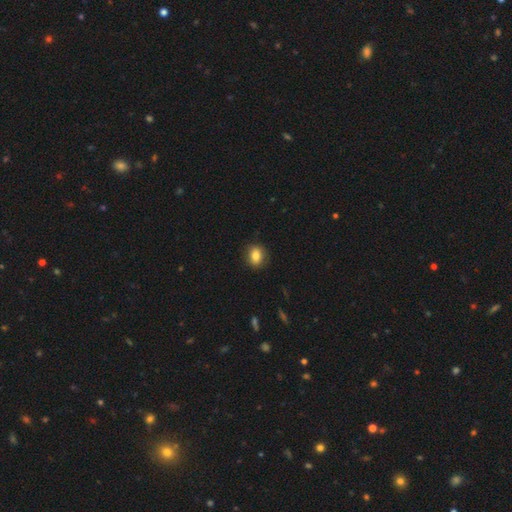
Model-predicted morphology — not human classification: Smooth or featured: smooth — 82% (star or artifact — 9%)
How rounded: in between — 52% (round — 46%)
Merging: none — 86% (minor disturbance — 11%)